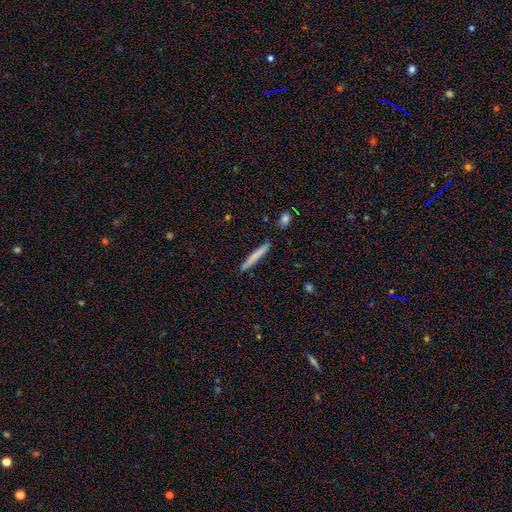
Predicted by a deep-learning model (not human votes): smooth 74%, featured or disk 20%, star or artifact 6%. Down the decision tree: how rounded — cigar-shaped (96%); merging — none (89%).